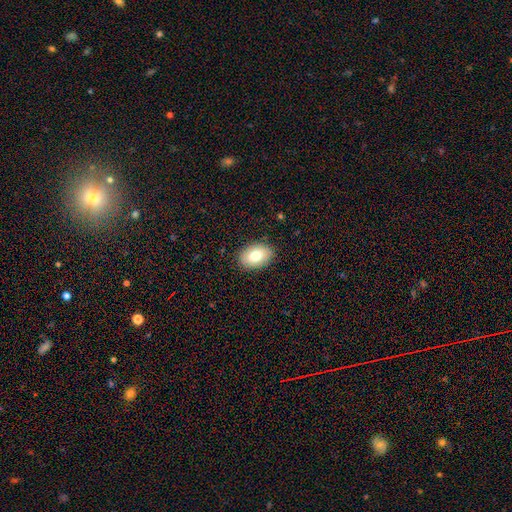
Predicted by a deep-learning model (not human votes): Q: Smooth or featured?
A: smooth (78%); runner-up: featured or disk (15%)
Q: How rounded?
A: in between (83%); runner-up: round (15%)
Q: Merging?
A: none (88%); runner-up: minor disturbance (9%)